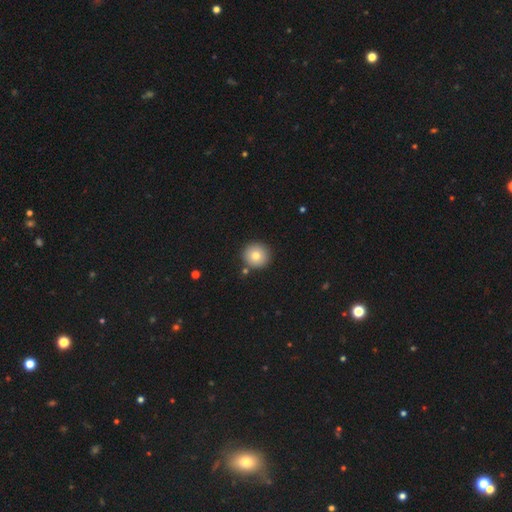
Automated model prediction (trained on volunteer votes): This appears to be a smooth galaxy with no disk features (78%) that is round (95%). Merging: none (87%).